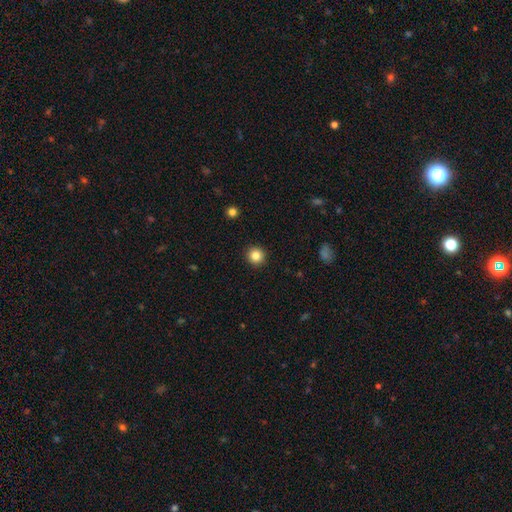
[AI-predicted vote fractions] Smooth or featured? smooth (84%)
How rounded? round (93%)
Merging? none (93%)